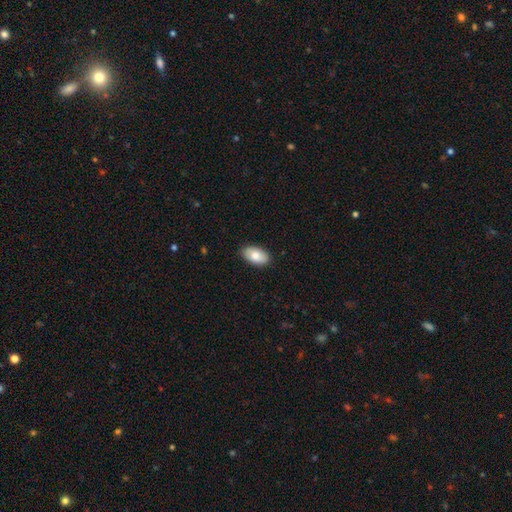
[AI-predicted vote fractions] Q: Smooth or featured?
A: smooth (82%); runner-up: featured or disk (12%)
Q: How rounded?
A: in between (95%); runner-up: round (4%)
Q: Merging?
A: none (89%); runner-up: minor disturbance (9%)